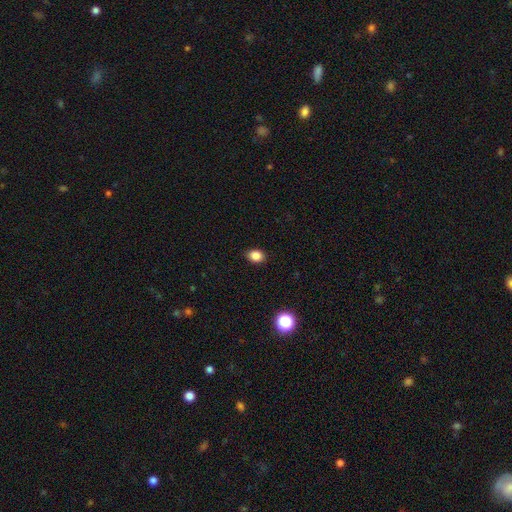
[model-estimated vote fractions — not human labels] The model was most divided on "how rounded": in between: 61%, round: 38%, cigar-shaped: 1%. More confident: merging — none (89%); smooth or featured — smooth (85%).